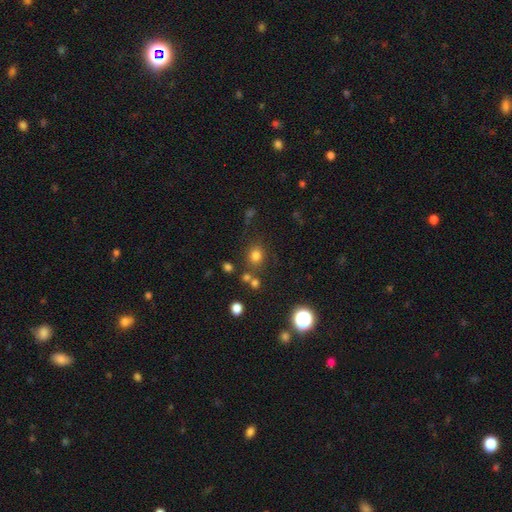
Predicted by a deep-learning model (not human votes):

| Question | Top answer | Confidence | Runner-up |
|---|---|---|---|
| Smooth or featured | smooth | 76% | star or artifact (17%) |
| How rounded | round | 74% | in between (25%) |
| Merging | none | 75% | minor disturbance (11%) |